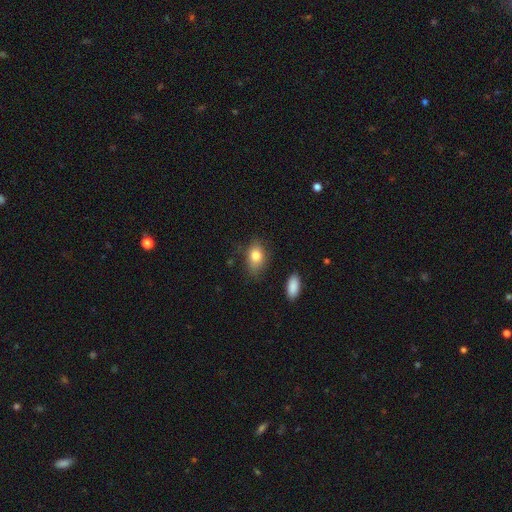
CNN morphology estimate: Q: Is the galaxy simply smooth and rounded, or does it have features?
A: smooth — 81%.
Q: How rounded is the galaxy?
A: in between — 83%.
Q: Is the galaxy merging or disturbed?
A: none — 74%.